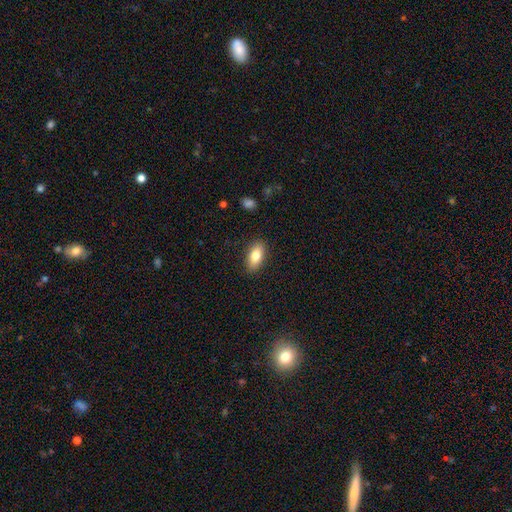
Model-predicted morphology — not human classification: smooth 79%, featured or disk 14%, star or artifact 7%. Down the decision tree: how rounded — in between (87%); merging — none (88%).